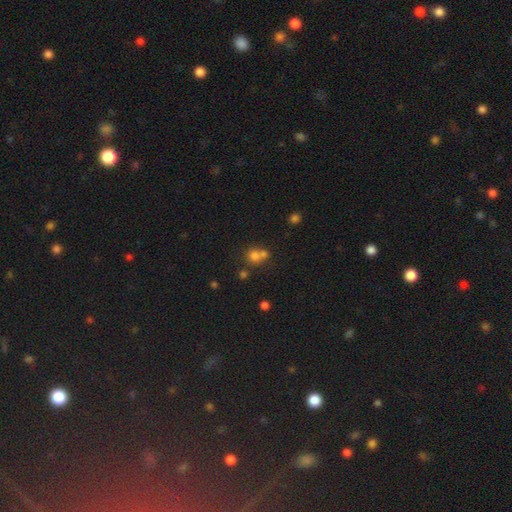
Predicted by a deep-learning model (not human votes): smooth-or-featured: smooth: 71% | star or artifact: 17% | featured or disk: 12%
  how-rounded: round: 83% | in between: 16% | cigar-shaped: 1%
  merging: merger: 47% | none: 42% | minor disturbance: 7% | major disturbance: 3%